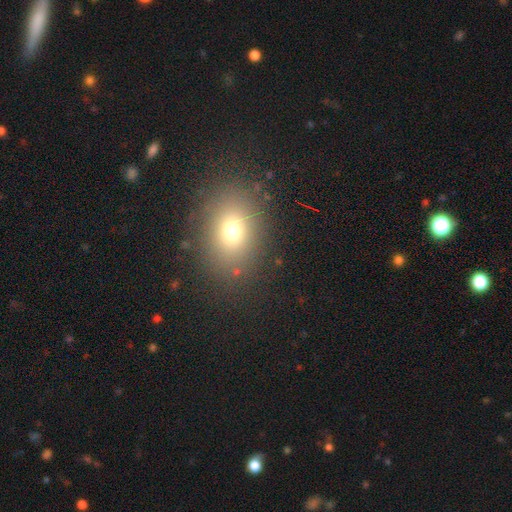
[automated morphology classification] This is likely a smooth galaxy (71%). How rounded: possibly in between (59%). Merging: clearly none (88%).